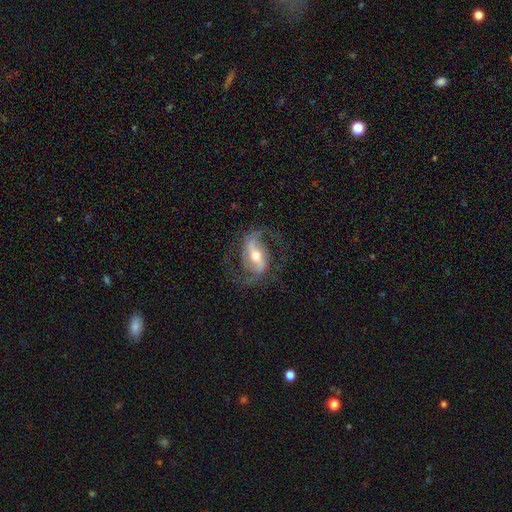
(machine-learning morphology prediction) This appears to be a featured or disk galaxy (88%) with a strong bar (53%), 2 (91%) medium (52%) spiral arms (95%) and a moderate central bulge (67%). Merging: none (75%).